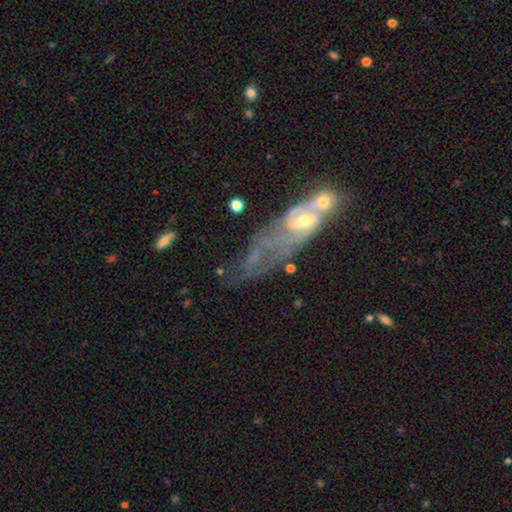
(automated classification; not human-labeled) smooth_or_featured: featured or disk (p=0.69) [alt: smooth p=0.19]
disk_edge_on: no (p=0.84) [alt: yes p=0.16]
bar: no (p=0.65) [alt: weak p=0.27]
has_spiral_arms: yes (p=0.64) [alt: no p=0.36]
bulge_size: small (p=0.44) [alt: moderate p=0.43]
merging: merger (p=0.47) [alt: major disturbance p=0.21]